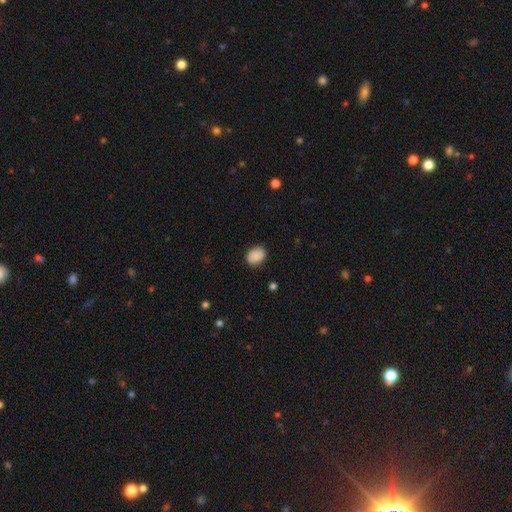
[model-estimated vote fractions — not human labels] smooth-or-featured: smooth: 89% | star or artifact: 7% | featured or disk: 3%
  how-rounded: in between: 70% | round: 29% | cigar-shaped: 1%
  merging: none: 85% | minor disturbance: 11% | major disturbance: 3% | merger: 1%